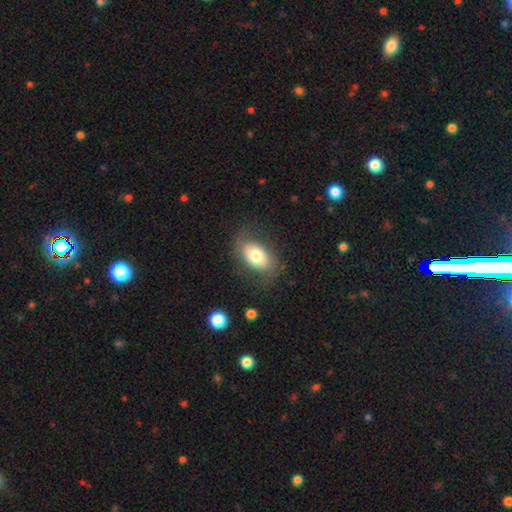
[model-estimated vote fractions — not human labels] The model was most divided on "smooth or featured": smooth: 66%, featured or disk: 27%, star or artifact: 7%. More confident: how rounded — in between (89%); merging — none (71%).